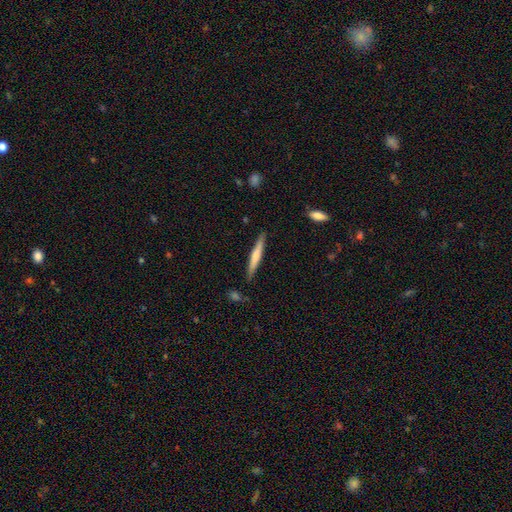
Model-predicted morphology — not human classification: type=smooth (55%); roundness=cigar-shaped (95%); merging=none (88%).